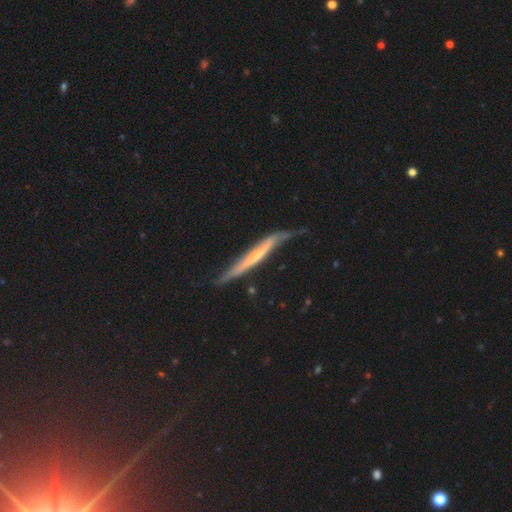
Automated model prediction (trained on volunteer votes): The model was most divided on "merging": none: 53%, minor disturbance: 34%, major disturbance: 10%, merger: 3%. More confident: edge-on disk — yes (86%); edge-on bulge — none (69%); smooth or featured — featured or disk (61%).